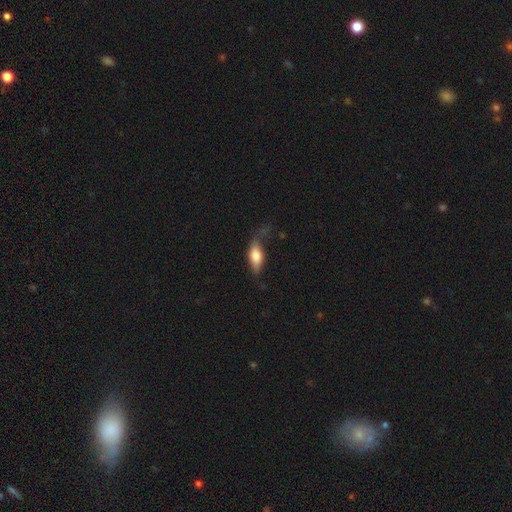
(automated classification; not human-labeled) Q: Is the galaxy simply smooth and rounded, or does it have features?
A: smooth — 72%.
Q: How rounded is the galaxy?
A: in between — 82%.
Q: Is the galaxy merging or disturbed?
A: none — 37%.